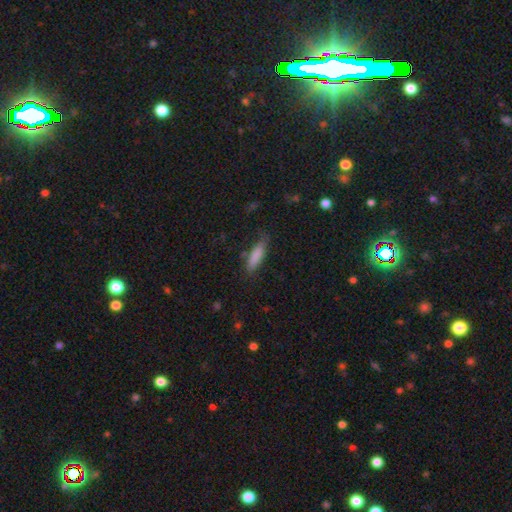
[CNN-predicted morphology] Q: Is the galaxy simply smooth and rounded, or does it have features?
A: smooth — 84%.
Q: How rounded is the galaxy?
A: cigar-shaped — 62%.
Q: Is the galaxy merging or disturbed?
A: none — 72%.